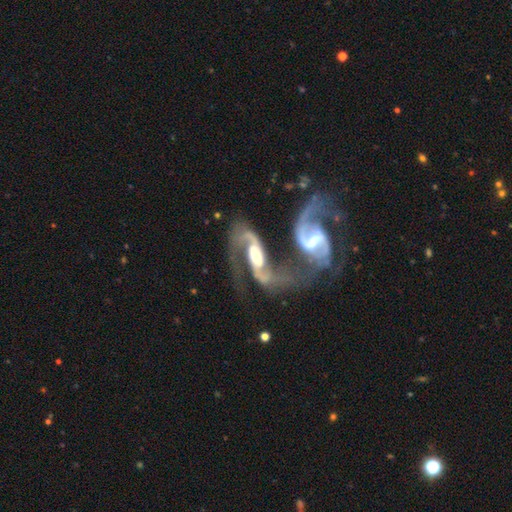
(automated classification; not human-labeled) The model was most divided on "bar": weak: 39%, strong: 36%, no: 25%. More confident: spiral arms — yes (95%); edge-on disk — no (94%); smooth or featured — featured or disk (89%); spiral arm count — 2 (86%); merging — merger (59%); bulge size — moderate (54%); spiral winding — loose (51%).